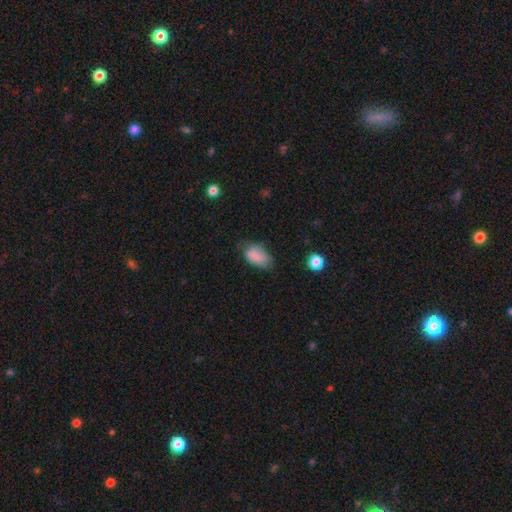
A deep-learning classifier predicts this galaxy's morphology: A smooth galaxy with no disk features (82%) that is in between round and cigar-shaped (92%).

Vote fractions:
- Smooth or featured? smooth: 82% / featured or disk: 10% / star or artifact: 8%
- How rounded? in between: 92% / round: 6% / cigar-shaped: 2%
- Merging? none: 51% / minor disturbance: 35% / major disturbance: 11% / merger: 2%